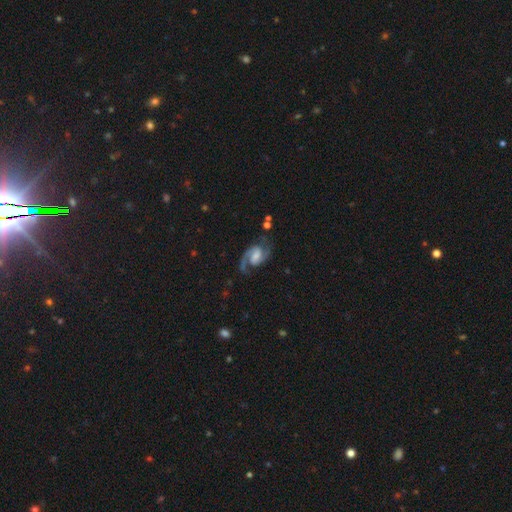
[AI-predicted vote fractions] A featured or disk galaxy (90%) with a weak bar (50%), 2 (92%) medium (60%) spiral arms (98%) and a moderate central bulge (33%).

Vote fractions:
- Smooth or featured? featured or disk: 90% / smooth: 5% / star or artifact: 5%
- Edge-on disk? no: 98% / yes: 2%
- Bar? weak: 50% / no: 30% / strong: 20%
- Spiral arms? yes: 98% / no: 2%
- Spiral winding? medium: 60% / tight: 20% / loose: 20%
- Spiral arm count? 2: 92% / 1: 3% / can't tell: 2% / 3: 1% / 4: 1% / more than 4: 1%
- Bulge size? moderate: 33% / small: 27% / none: 24% / large: 14% / dominant: 2%
- Merging? none: 73% / minor disturbance: 16% / major disturbance: 8% / merger: 3%